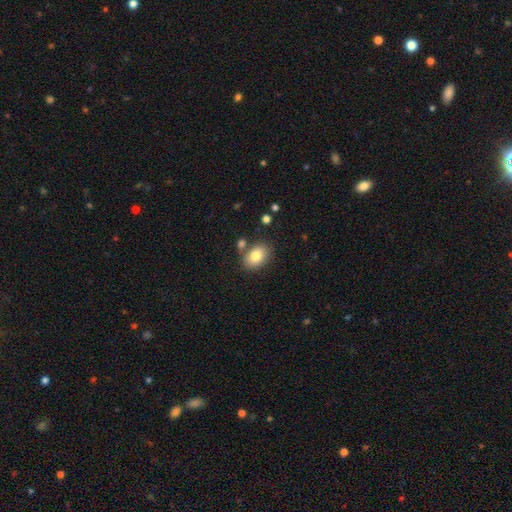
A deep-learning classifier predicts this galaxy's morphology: This appears to be a smooth galaxy with no disk features (81%) that is in between round and cigar-shaped (81%). Merging: none (76%).